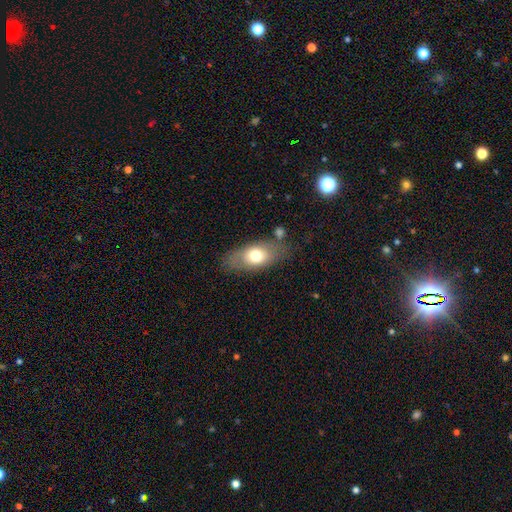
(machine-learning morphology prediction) The model was most divided on "smooth or featured": smooth: 67%, featured or disk: 25%, star or artifact: 7%. More confident: how rounded — in between (83%); merging — none (72%).